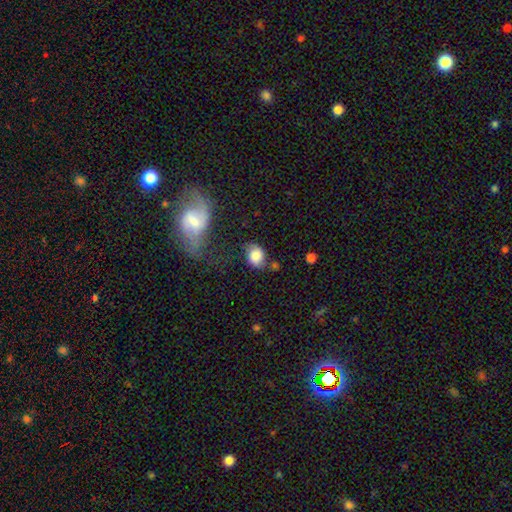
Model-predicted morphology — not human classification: smooth 75%, featured or disk 17%, star or artifact 8%. Down the decision tree: how rounded — in between (62%); merging — none (50%).